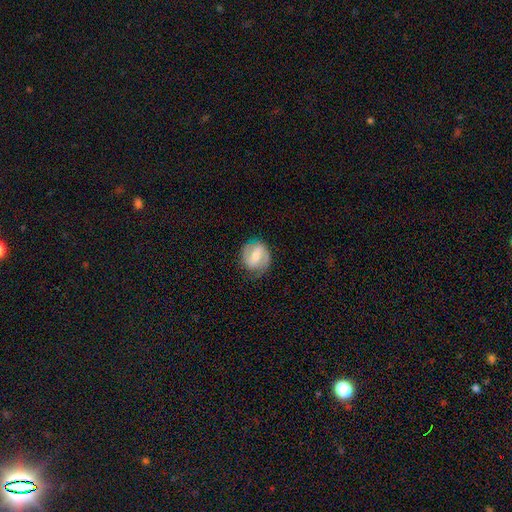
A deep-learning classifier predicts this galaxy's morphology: A featured or disk galaxy (69%) with a weak bar (45%), 2 (84%) medium (46%) spiral arms (86%) and a moderate central bulge (52%).

Vote fractions:
- Smooth or featured? featured or disk: 69% / smooth: 25% / star or artifact: 6%
- Edge-on disk? no: 97% / yes: 3%
- Bar? weak: 45% / strong: 40% / no: 15%
- Spiral arms? yes: 86% / no: 14%
- Spiral winding? medium: 46% / tight: 35% / loose: 20%
- Spiral arm count? 2: 84% / can't tell: 8% / 1: 4% / 3: 1% / 4: 1% / more than 4: 1%
- Bulge size? moderate: 52% / small: 39% / large: 5% / none: 3% / dominant: 1%
- Merging? none: 76% / minor disturbance: 17% / major disturbance: 6% / merger: 1%